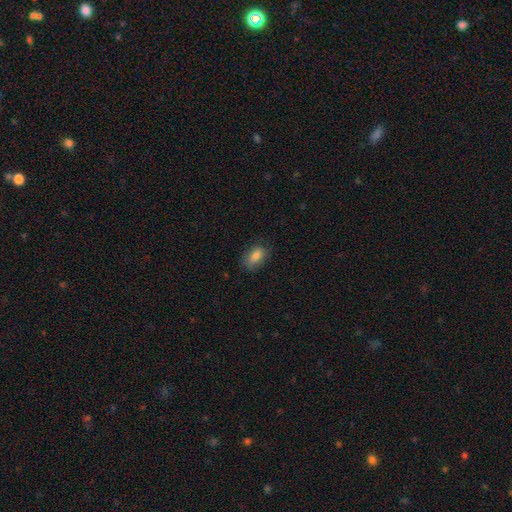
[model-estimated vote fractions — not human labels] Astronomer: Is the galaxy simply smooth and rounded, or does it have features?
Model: smooth — 84%.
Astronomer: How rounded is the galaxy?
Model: in between — 89%.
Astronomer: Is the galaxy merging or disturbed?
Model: none — 77%.